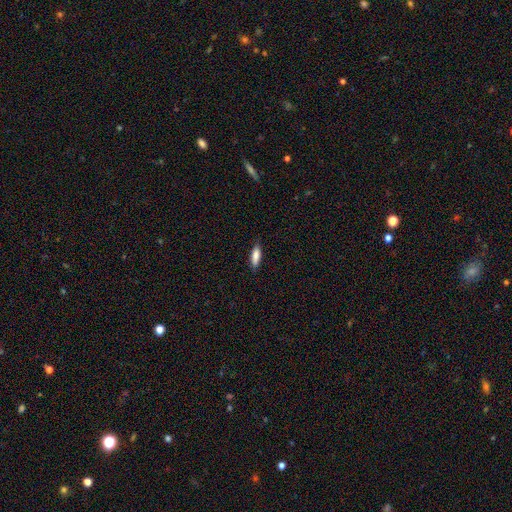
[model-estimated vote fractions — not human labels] Smooth or featured: smooth — 83% (featured or disk — 11%)
How rounded: in between — 50% (cigar-shaped — 48%)
Merging: none — 83% (minor disturbance — 13%)